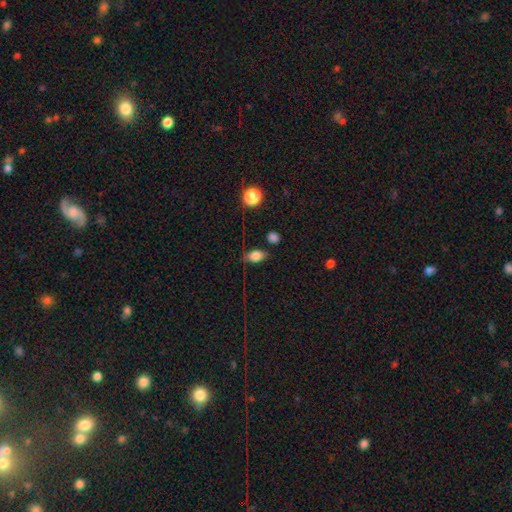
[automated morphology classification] type=smooth (80%); roundness=in between (83%); merging=none (68%).